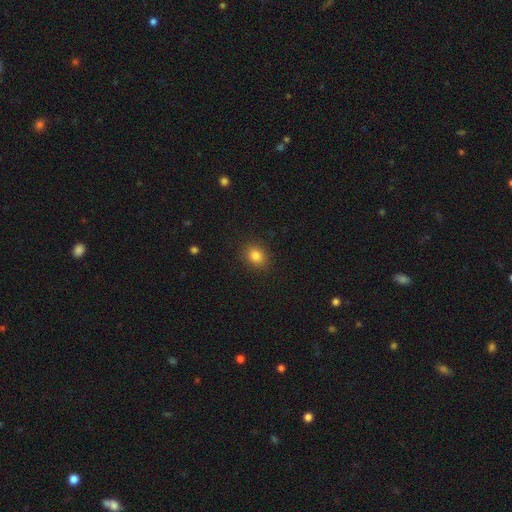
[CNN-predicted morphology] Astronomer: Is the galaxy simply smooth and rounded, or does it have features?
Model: smooth — 83%.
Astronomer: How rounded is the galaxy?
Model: round — 52% (runner-up: in between, 47%).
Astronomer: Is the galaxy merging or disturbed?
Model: none — 88%.